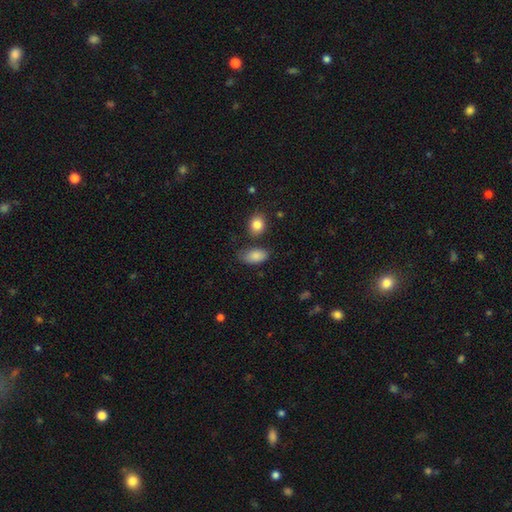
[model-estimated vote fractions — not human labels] Q: Smooth or featured?
A: smooth (85%); runner-up: star or artifact (8%)
Q: How rounded?
A: in between (92%); runner-up: round (5%)
Q: Merging?
A: none (65%); runner-up: minor disturbance (22%)